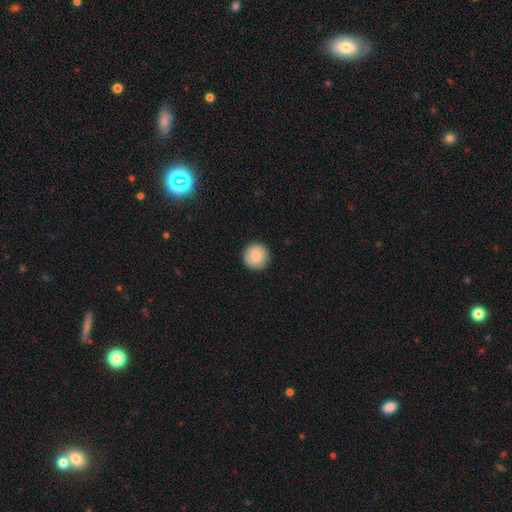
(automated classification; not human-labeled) The model was most divided on "smooth or featured": smooth: 83%, featured or disk: 10%, star or artifact: 7%. More confident: how rounded — round (95%); merging — none (91%).